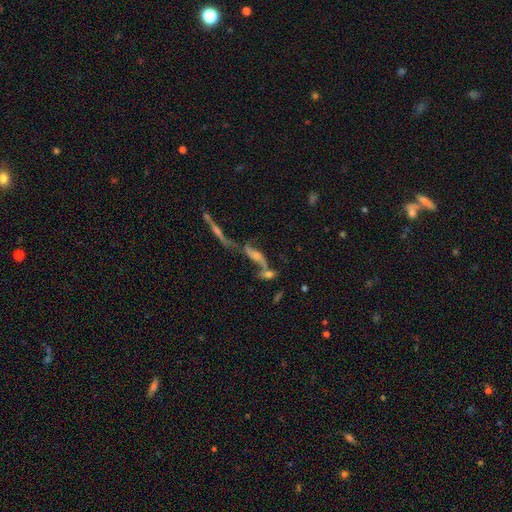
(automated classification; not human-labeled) This appears to be a featured or disk galaxy (61%). Merging: merger (55%).